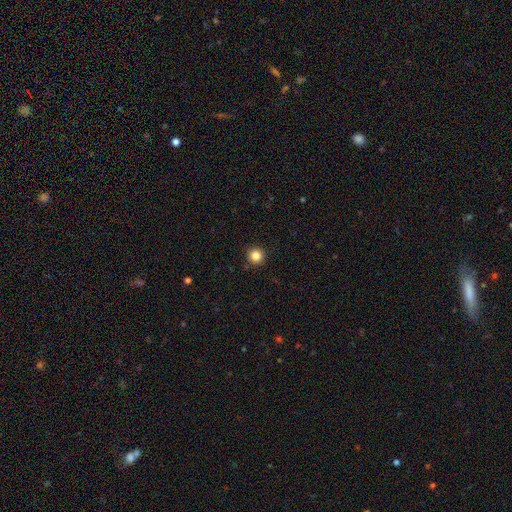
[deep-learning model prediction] smooth 84%, star or artifact 12%, featured or disk 4%. Down the decision tree: how rounded — round (95%); merging — none (92%).